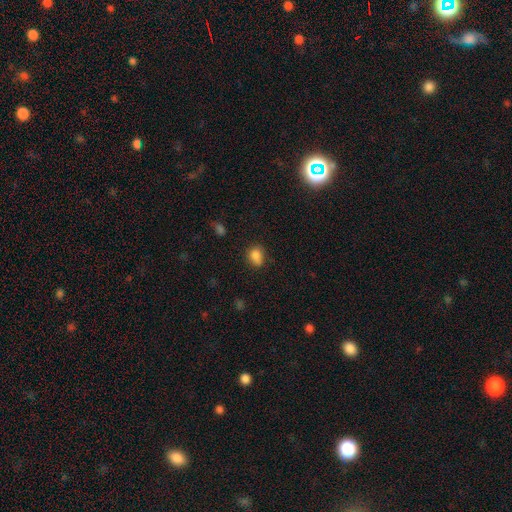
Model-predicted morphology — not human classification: Smooth or featured? Predicted: smooth (p=0.83). How rounded? Predicted: in between (p=0.52). Merging? Predicted: none (p=0.63).